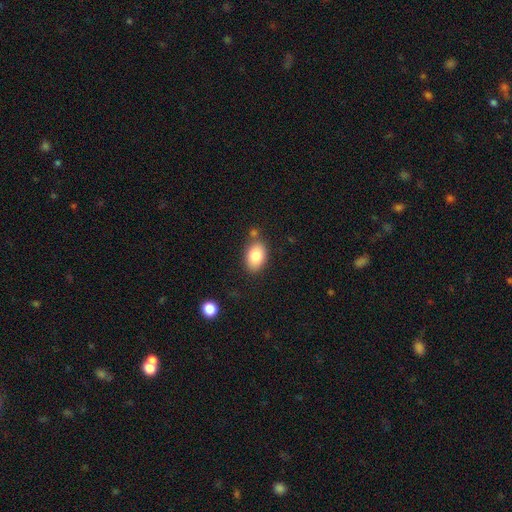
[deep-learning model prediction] The model was most divided on "merging": none: 76%, minor disturbance: 14%, merger: 8%, major disturbance: 3%. More confident: how rounded — in between (88%); smooth or featured — smooth (83%).